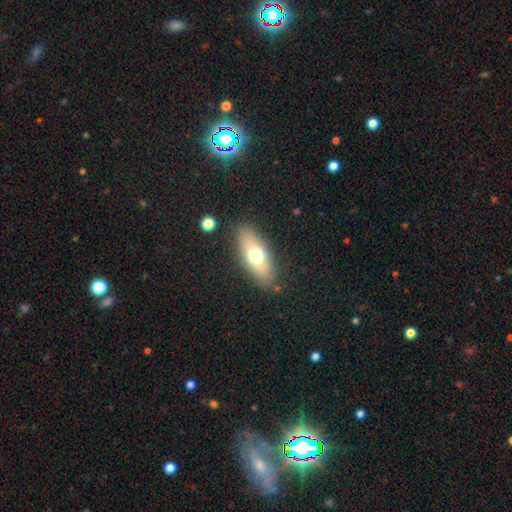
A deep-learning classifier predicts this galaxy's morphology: smooth-or-featured: smooth: 64% | featured or disk: 29% | star or artifact: 8%
  how-rounded: in between: 70% | cigar-shaped: 26% | round: 4%
  merging: none: 85% | minor disturbance: 10% | major disturbance: 3% | merger: 2%